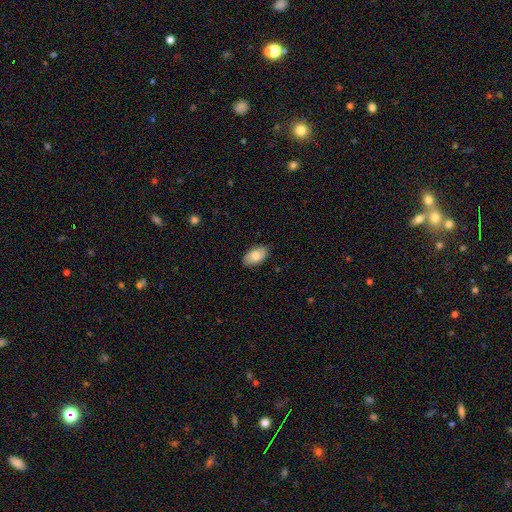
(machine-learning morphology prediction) A smooth galaxy with no disk features (78%) that is in between round and cigar-shaped (94%).

Vote fractions:
- Smooth or featured? smooth: 78% / featured or disk: 16% / star or artifact: 6%
- How rounded? in between: 94% / round: 5% / cigar-shaped: 2%
- Merging? none: 85% / minor disturbance: 12% / major disturbance: 2% / merger: 1%